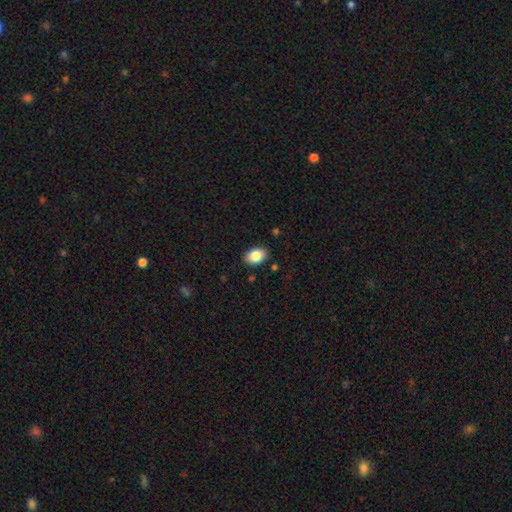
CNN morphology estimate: smooth 86%, star or artifact 8%, featured or disk 6%. Down the decision tree: how rounded — in between (85%); merging — none (88%).